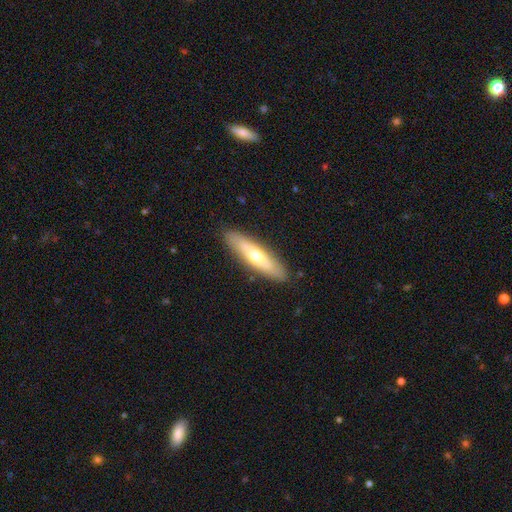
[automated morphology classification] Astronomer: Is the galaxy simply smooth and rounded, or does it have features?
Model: smooth — 53% (runner-up: featured or disk, 41%).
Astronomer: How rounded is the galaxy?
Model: cigar-shaped — 77%.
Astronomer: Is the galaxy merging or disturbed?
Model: none — 89%.